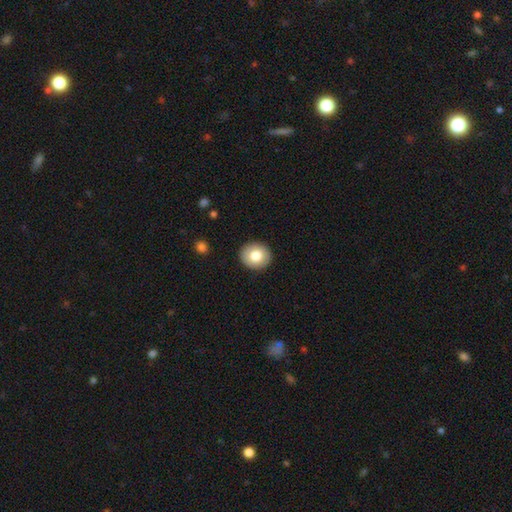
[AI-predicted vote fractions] This appears to be a smooth galaxy with no disk features (79%) that is round (77%). Merging: none (91%).